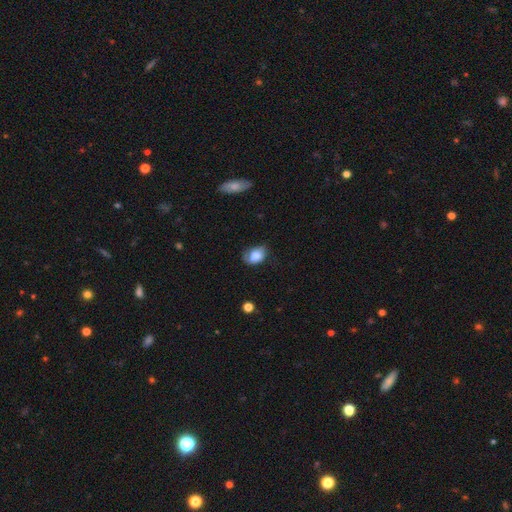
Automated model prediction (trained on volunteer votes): smooth_or_featured: smooth (p=0.76) [alt: featured or disk p=0.16]
how_rounded: in between (p=0.77) [alt: round p=0.22]
merging: none (p=0.47) [alt: minor disturbance p=0.37]